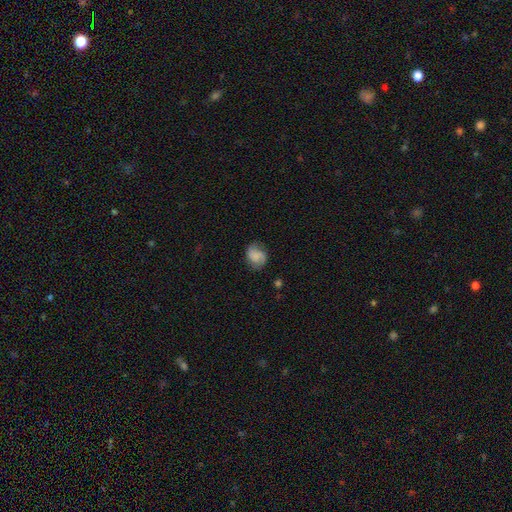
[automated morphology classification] Smooth or featured? Predicted: smooth (p=0.64). How rounded? Predicted: round (p=0.55). Merging? Predicted: none (p=0.65).